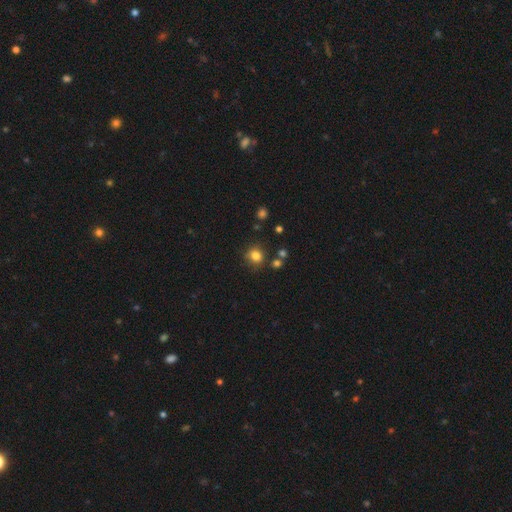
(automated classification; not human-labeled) This is clearly a smooth galaxy (81%). How rounded: clearly round (84%). Merging: likely none (80%).